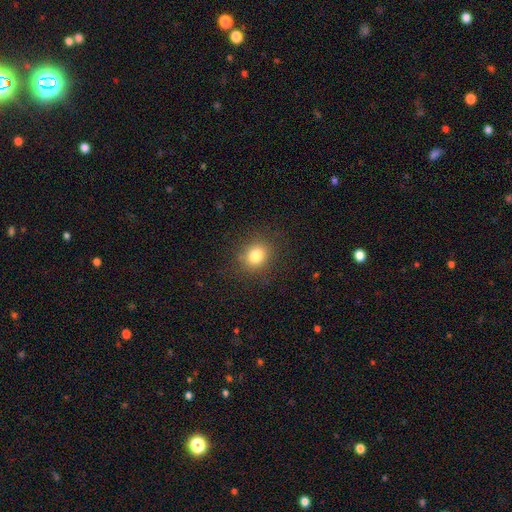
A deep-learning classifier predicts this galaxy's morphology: The model was most divided on "how rounded": round: 71%, in between: 29%, cigar-shaped: 1%. More confident: merging — none (86%); smooth or featured — smooth (81%).